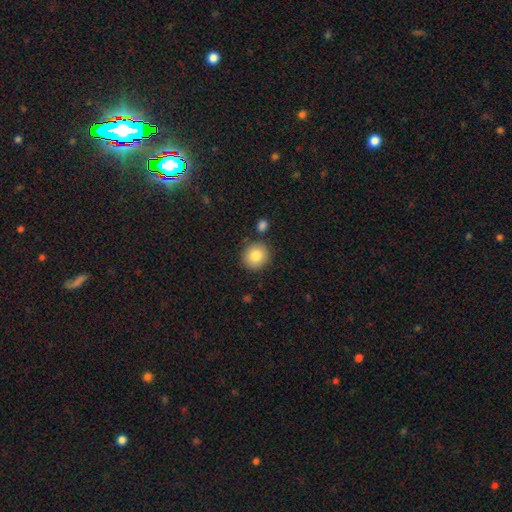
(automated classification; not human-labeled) Smooth or featured: smooth — 83% (star or artifact — 9%)
How rounded: round — 89% (in between — 10%)
Merging: none — 85% (minor disturbance — 8%)